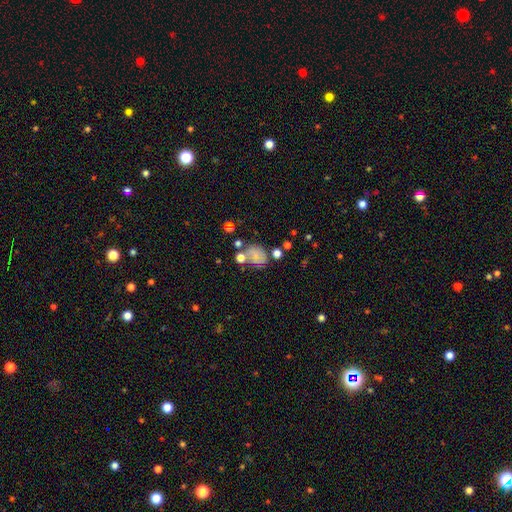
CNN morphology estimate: Overall: smooth (51%; featured or disk 32%). How rounded: round (51%; in between 48%). Merging: none (44%; merger 23%).